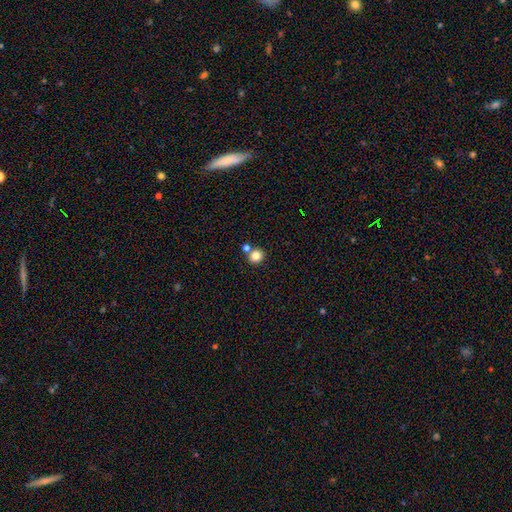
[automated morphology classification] The model was most divided on "merging": none: 70%, merger: 21%, minor disturbance: 7%, major disturbance: 2%. More confident: how rounded — round (88%); smooth or featured — smooth (82%).